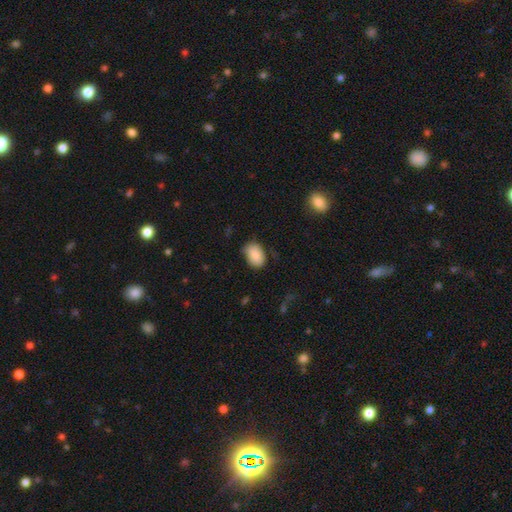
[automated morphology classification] A smooth galaxy with no disk features (86%) that is in between round and cigar-shaped (83%). Merging: none (68%).